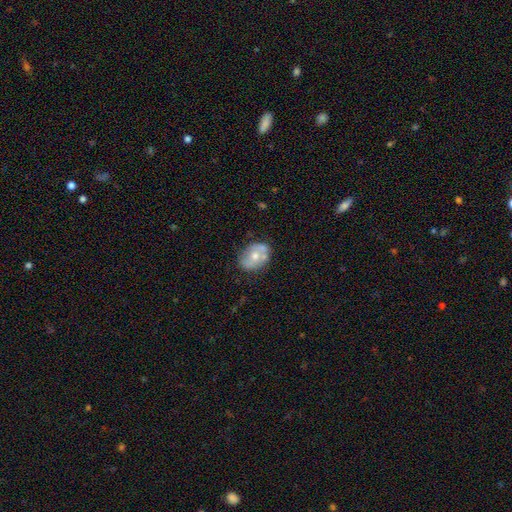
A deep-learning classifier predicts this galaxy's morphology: smooth_or_featured: smooth (p=0.50) [alt: featured or disk p=0.42]
merging: none (p=0.58) [alt: minor disturbance p=0.20]